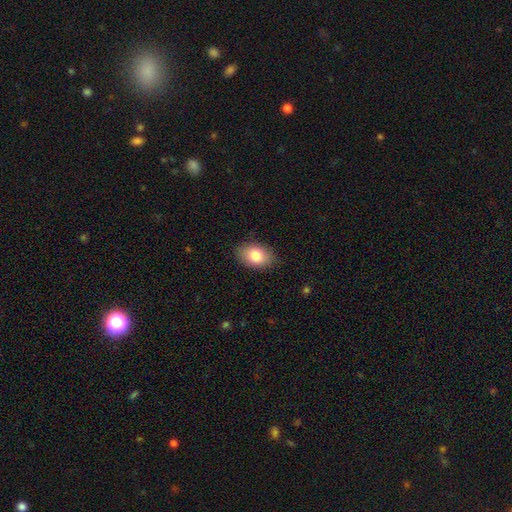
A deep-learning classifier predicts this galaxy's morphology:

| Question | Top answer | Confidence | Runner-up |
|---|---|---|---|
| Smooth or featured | smooth | 82% | featured or disk (11%) |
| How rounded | in between | 85% | round (14%) |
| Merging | none | 86% | minor disturbance (10%) |